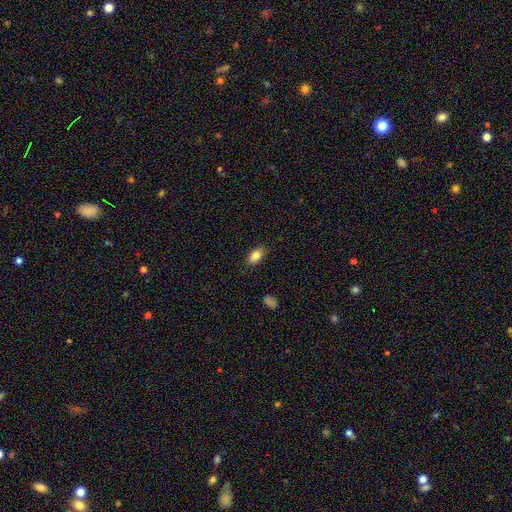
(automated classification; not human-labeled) This appears to be a smooth galaxy with no disk features (84%) that is in between round and cigar-shaped (91%). Merging: none (86%).